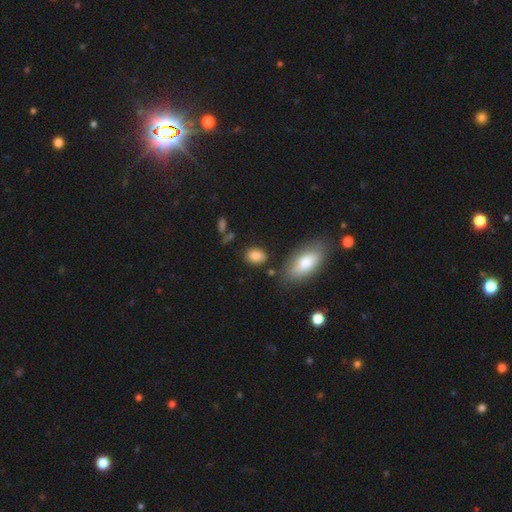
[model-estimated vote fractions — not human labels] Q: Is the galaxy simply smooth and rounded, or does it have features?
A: smooth — 85%.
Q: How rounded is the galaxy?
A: in between — 73%.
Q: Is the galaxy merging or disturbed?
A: none — 77%.